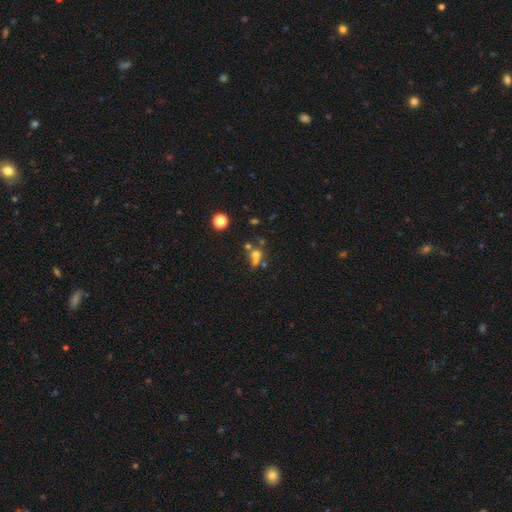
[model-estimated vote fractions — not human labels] Smooth or featured: smooth — 54% (star or artifact — 23%)
How rounded: round — 72% (in between — 25%)
Merging: merger — 48% (none — 35%)